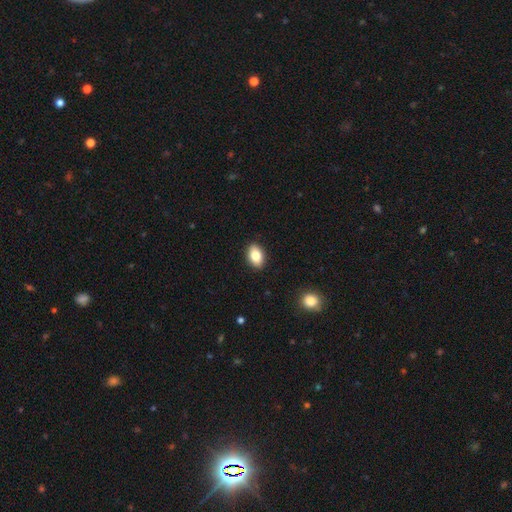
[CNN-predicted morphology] type=smooth (83%); roundness=in between (89%); merging=none (90%).